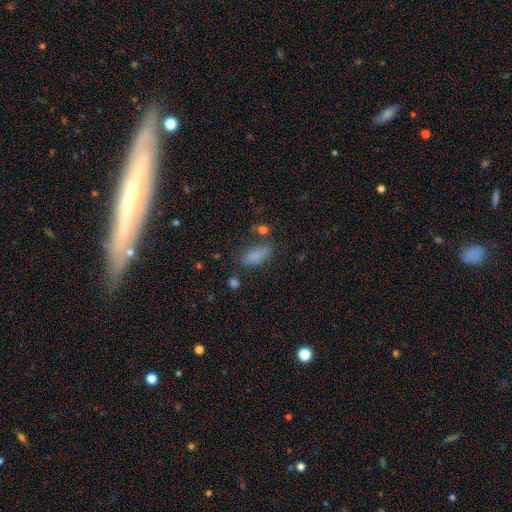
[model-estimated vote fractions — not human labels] The model was most divided on "merging": none: 59%, minor disturbance: 24%, major disturbance: 10%, merger: 8%. More confident: how rounded — in between (83%); smooth or featured — smooth (81%).